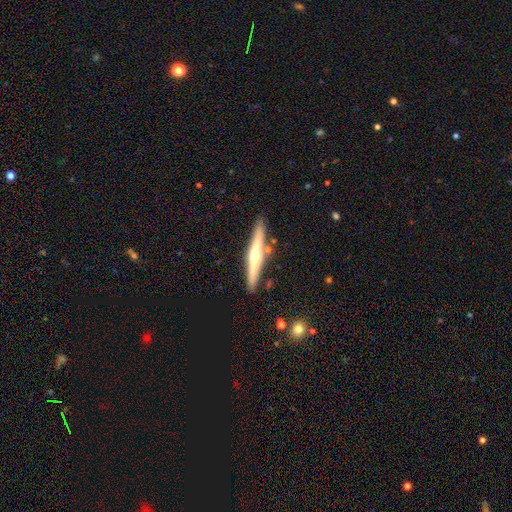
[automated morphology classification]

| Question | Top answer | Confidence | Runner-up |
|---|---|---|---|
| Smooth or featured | featured or disk | 64% | smooth (30%) |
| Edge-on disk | yes | 96% | no (4%) |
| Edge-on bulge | rounded | 88% | none (9%) |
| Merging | none | 86% | minor disturbance (9%) |